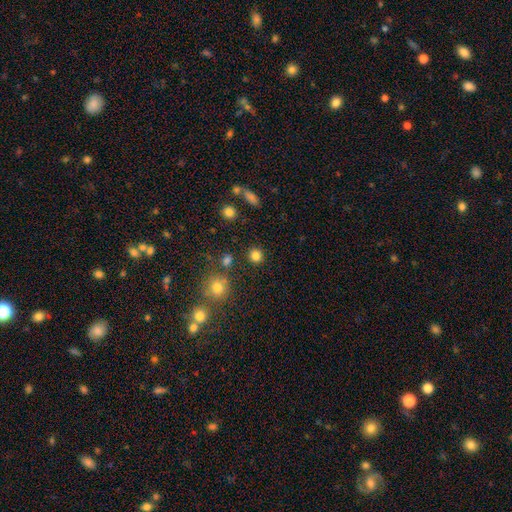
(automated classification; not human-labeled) smooth_or_featured: smooth (p=0.82) [alt: star or artifact p=0.13]
how_rounded: round (p=0.91) [alt: in between p=0.08]
merging: none (p=0.88) [alt: minor disturbance p=0.06]